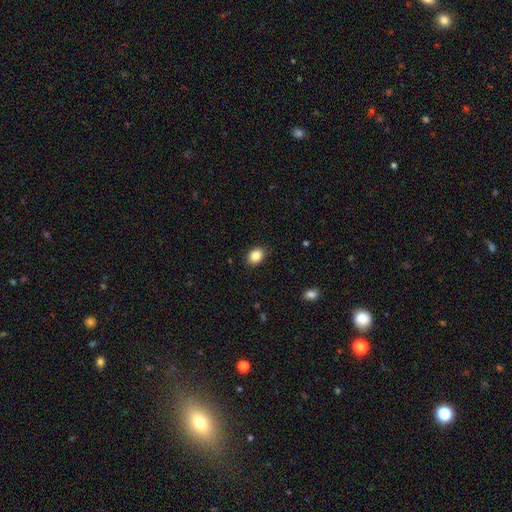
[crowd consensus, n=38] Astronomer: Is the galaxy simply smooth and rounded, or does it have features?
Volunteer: smooth — 82%.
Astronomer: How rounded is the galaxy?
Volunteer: in between — 77%.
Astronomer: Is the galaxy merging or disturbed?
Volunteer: none — 83%.